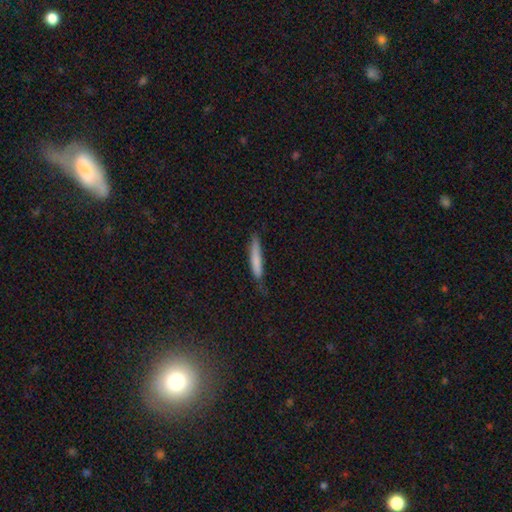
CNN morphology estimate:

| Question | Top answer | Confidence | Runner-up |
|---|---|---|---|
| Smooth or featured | smooth | 73% | featured or disk (20%) |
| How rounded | cigar-shaped | 93% | in between (5%) |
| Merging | none | 73% | minor disturbance (21%) |